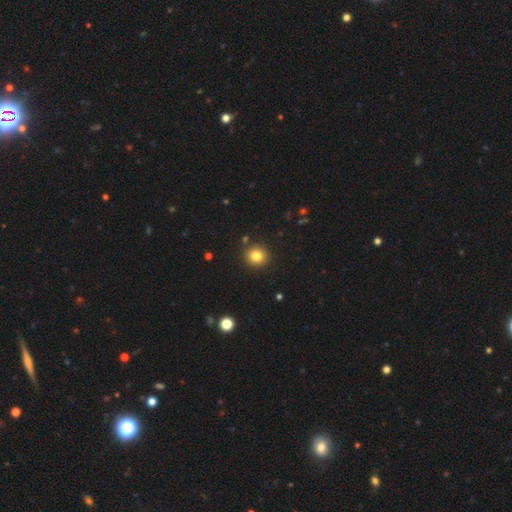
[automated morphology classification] Overall: smooth (82%). How rounded: round (91%). Merging: none (89%).